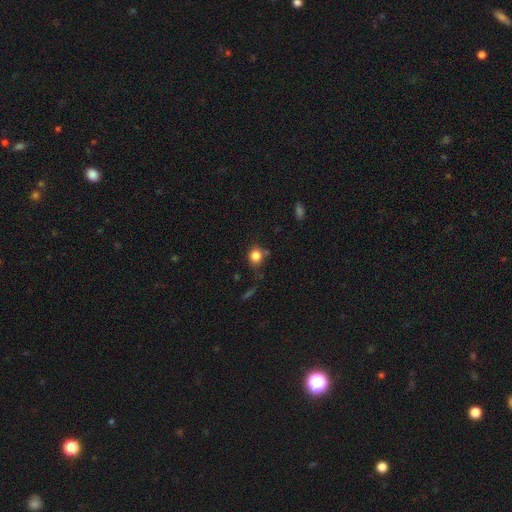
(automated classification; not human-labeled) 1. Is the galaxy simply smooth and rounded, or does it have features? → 82% smooth, 11% star or artifact, 7% featured or disk.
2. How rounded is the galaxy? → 76% round, 23% in between, 1% cigar-shaped.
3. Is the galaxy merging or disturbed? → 65% none, 21% minor disturbance, 7% merger, 6% major disturbance.